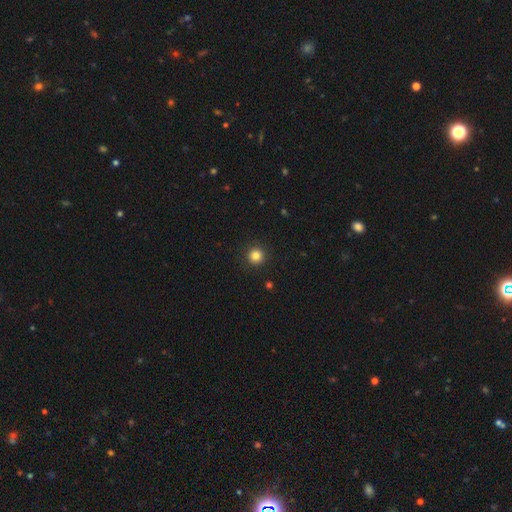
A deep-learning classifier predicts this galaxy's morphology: A smooth galaxy with no disk features (83%) that is round (96%). Merging: none (93%).